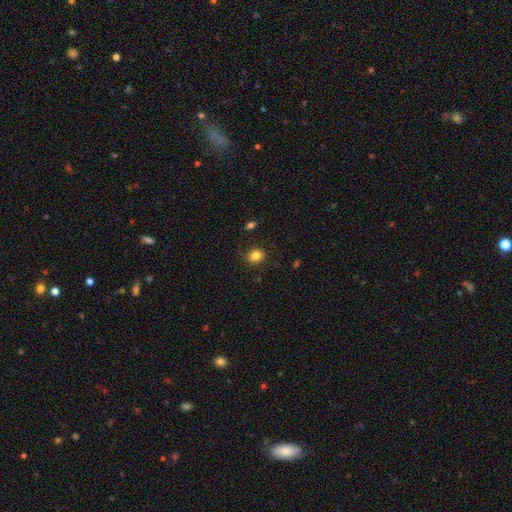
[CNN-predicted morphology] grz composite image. It shows a smooth galaxy with no disk features (82%) that is round (66%). Merging: none (86%).